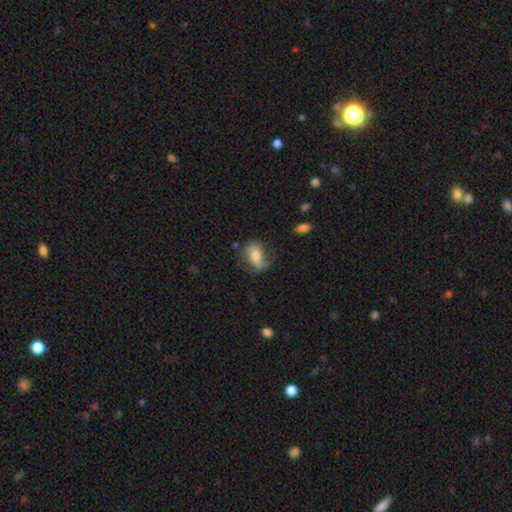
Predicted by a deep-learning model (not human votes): featured or disk 48%, smooth 44%, star or artifact 8%. Down the decision tree: merging — none (64%).